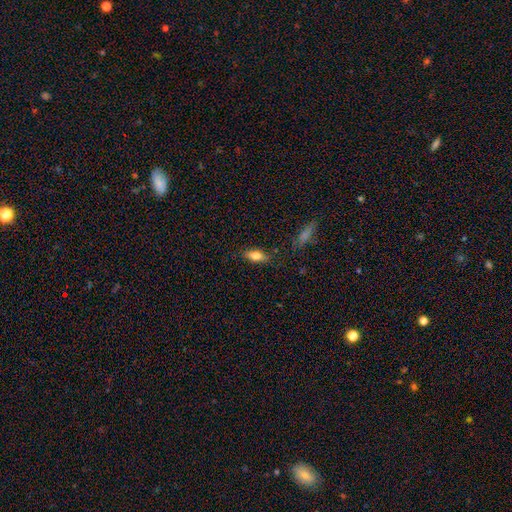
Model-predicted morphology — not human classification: Smooth or featured: smooth — 77% (featured or disk — 15%)
How rounded: in between — 80% (cigar-shaped — 17%)
Merging: none — 82% (minor disturbance — 12%)